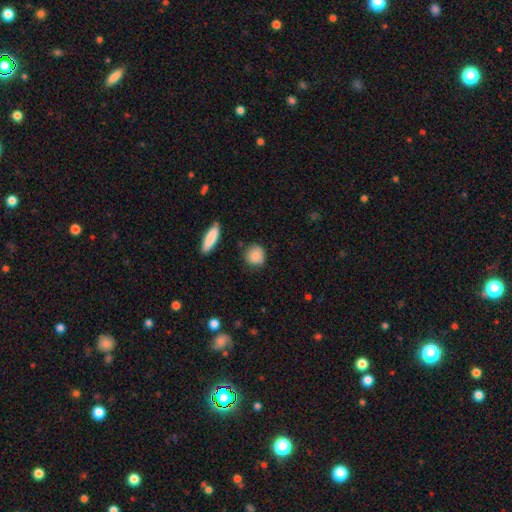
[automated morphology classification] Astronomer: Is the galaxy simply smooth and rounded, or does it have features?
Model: smooth — 85%.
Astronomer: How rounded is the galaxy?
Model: round — 81%.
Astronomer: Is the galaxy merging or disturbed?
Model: none — 80%.